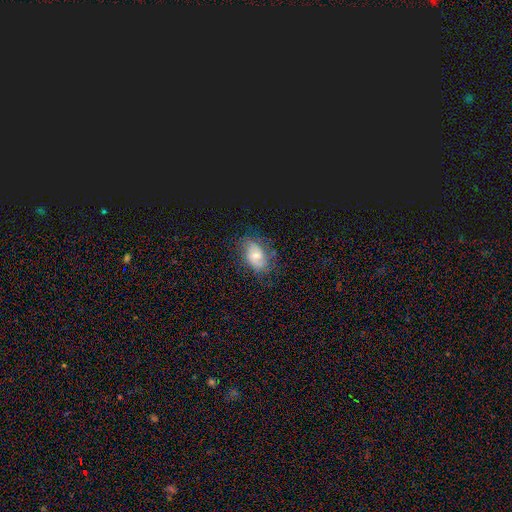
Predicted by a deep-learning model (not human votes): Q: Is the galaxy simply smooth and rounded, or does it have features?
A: featured or disk — 52%.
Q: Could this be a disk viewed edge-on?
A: no — 95%.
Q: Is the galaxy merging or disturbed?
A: none — 67%.